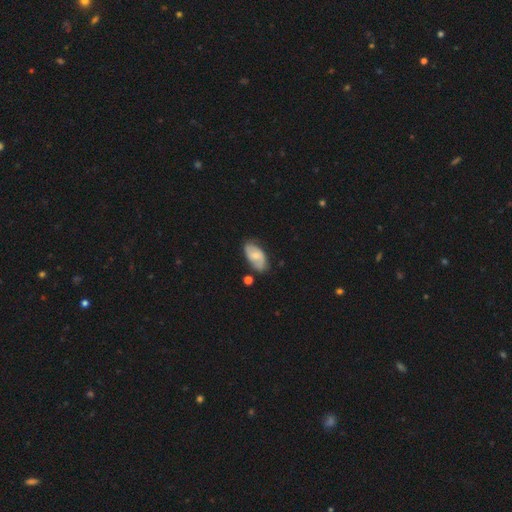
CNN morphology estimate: Smooth or featured?
  - featured or disk: 52% *
  - smooth: 42%
  - star or artifact: 7%
Edge-on disk?
  - no: 94% *
  - yes: 6%
Merging?
  - none: 70% *
  - minor disturbance: 21%
  - major disturbance: 5%
  - merger: 4%